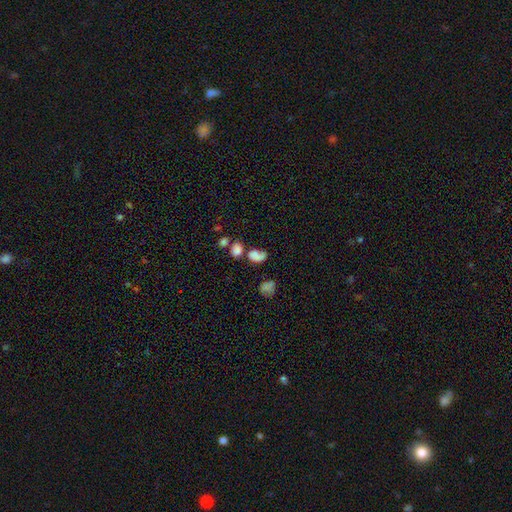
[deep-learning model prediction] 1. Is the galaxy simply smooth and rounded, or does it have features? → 66% smooth, 18% featured or disk, 16% star or artifact.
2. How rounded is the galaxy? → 69% in between, 28% round, 2% cigar-shaped.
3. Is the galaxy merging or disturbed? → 33% none, 31% merger, 18% minor disturbance, 17% major disturbance.